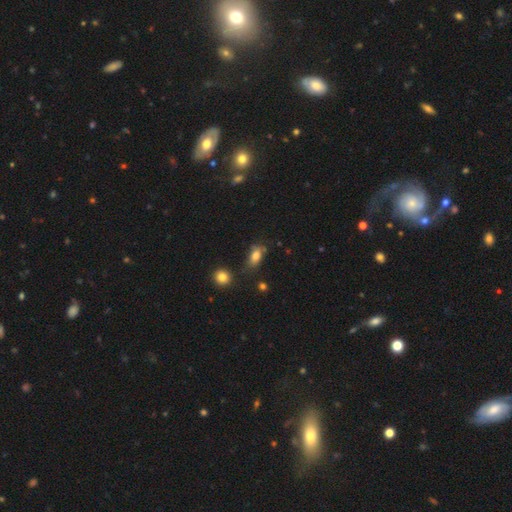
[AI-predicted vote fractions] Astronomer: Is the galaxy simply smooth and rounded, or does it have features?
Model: smooth — 78%.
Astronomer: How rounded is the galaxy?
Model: in between — 84%.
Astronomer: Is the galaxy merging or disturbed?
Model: none — 60%.